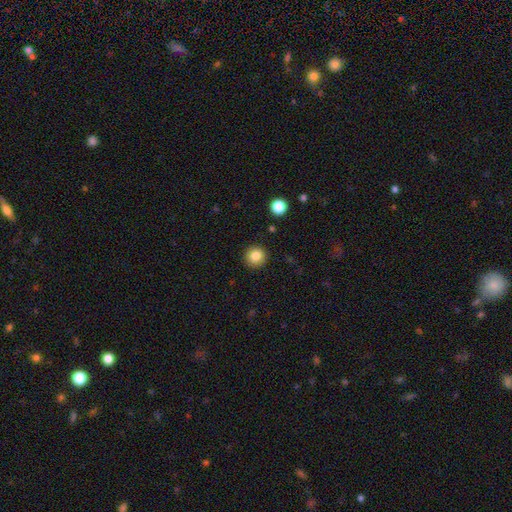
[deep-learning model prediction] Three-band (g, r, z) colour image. It shows a smooth galaxy with no disk features (84%) that is round (94%). Merging: none (92%).